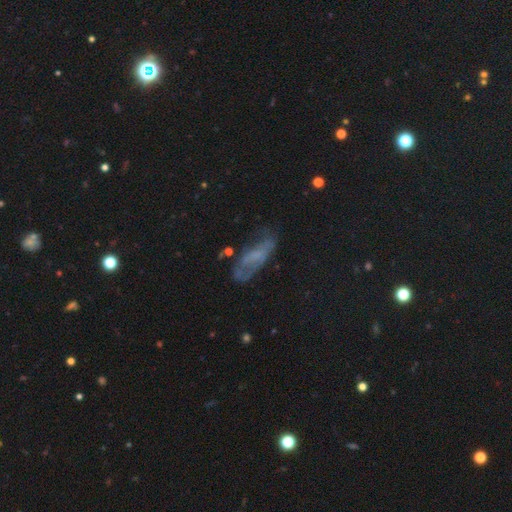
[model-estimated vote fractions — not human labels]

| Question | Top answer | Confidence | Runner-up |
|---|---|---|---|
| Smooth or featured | featured or disk | 46% | smooth (39%) |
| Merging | none | 48% | minor disturbance (26%) |